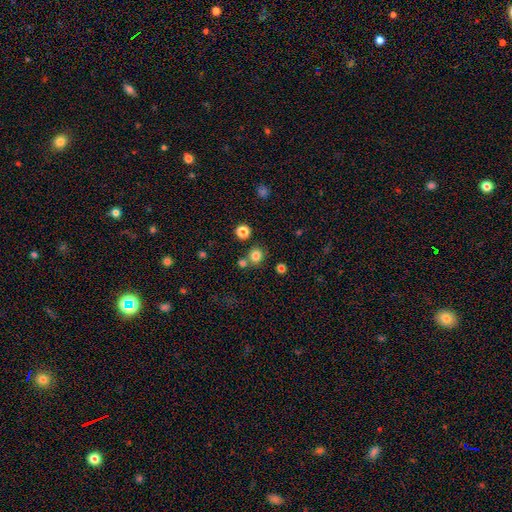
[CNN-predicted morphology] smooth_or_featured: smooth (p=0.80) [alt: star or artifact p=0.14]
how_rounded: round (p=0.90) [alt: in between p=0.10]
merging: none (p=0.73) [alt: merger p=0.16]